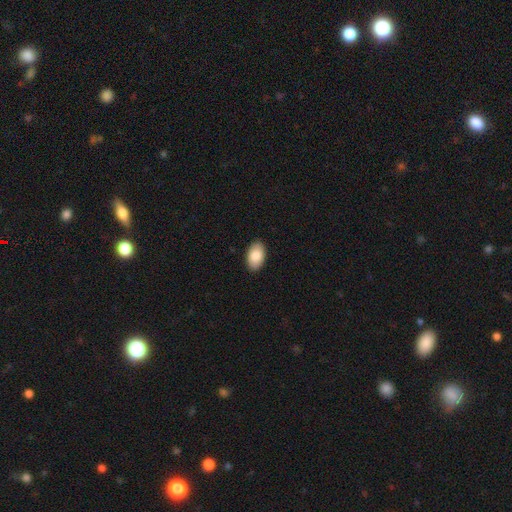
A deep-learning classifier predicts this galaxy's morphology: A smooth galaxy with no disk features (88%) that is in between round and cigar-shaped (93%). Merging: none (89%).